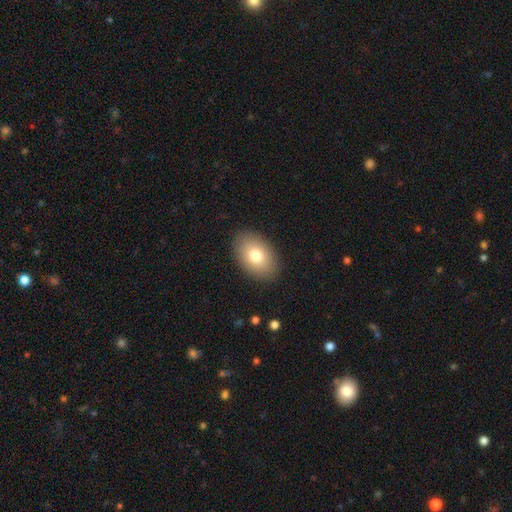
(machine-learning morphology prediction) smooth_or_featured: smooth (p=0.79) [alt: featured or disk p=0.14]
how_rounded: in between (p=0.89) [alt: round p=0.10]
merging: none (p=0.88) [alt: minor disturbance p=0.08]